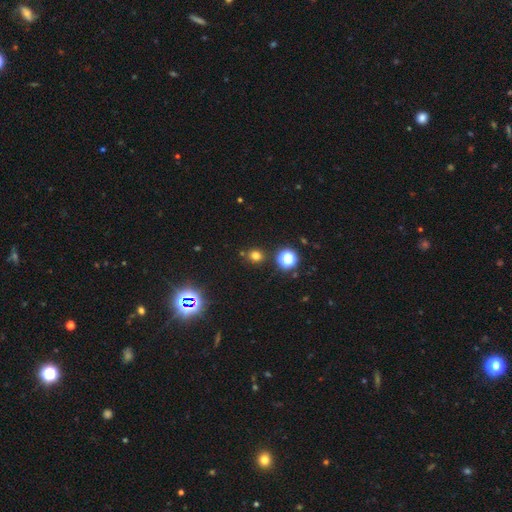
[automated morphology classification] A smooth galaxy with no disk features (71%) that is round (80%). Merging: none (83%).